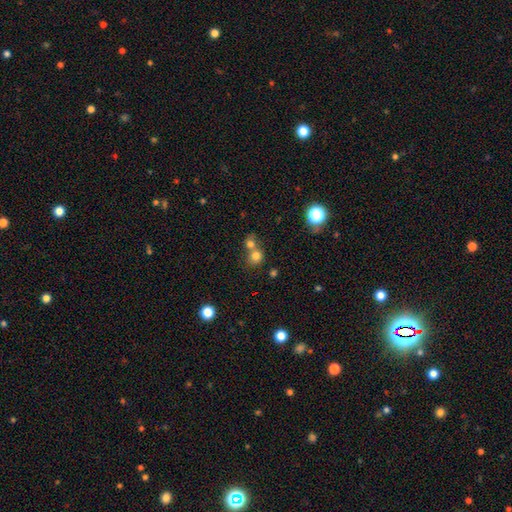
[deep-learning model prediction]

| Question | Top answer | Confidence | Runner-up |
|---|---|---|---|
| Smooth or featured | smooth | 76% | star or artifact (14%) |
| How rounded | round | 80% | in between (19%) |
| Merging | merger | 53% | none (39%) |